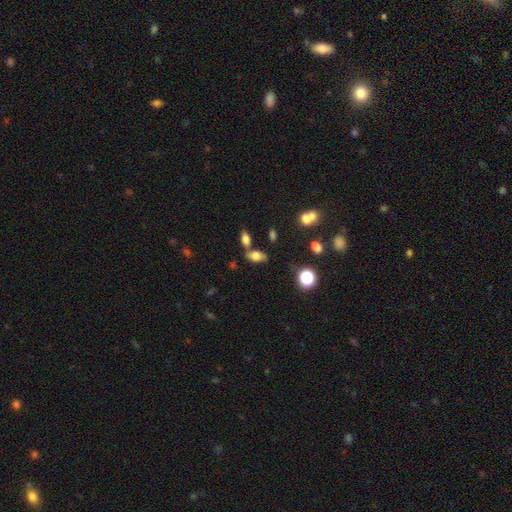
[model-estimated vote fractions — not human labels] Morphology: type=smooth (71%); roundness=in between (85%); merging=none (59%).